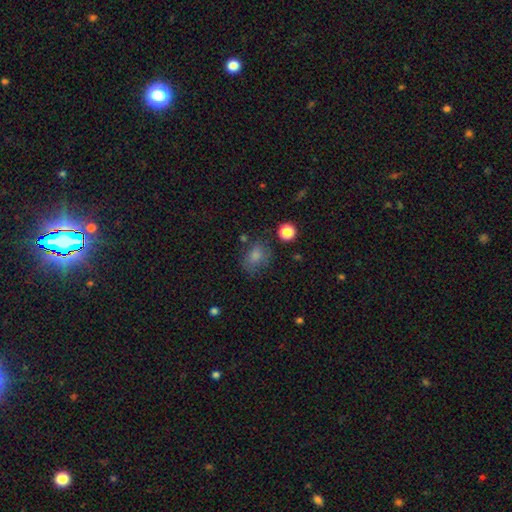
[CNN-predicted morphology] Smooth or featured?
  - smooth: 77% *
  - star or artifact: 13%
  - featured or disk: 10%
How rounded?
  - in between: 54% *
  - round: 44%
  - cigar-shaped: 1%
Merging?
  - none: 60% *
  - minor disturbance: 24%
  - major disturbance: 11%
  - merger: 4%